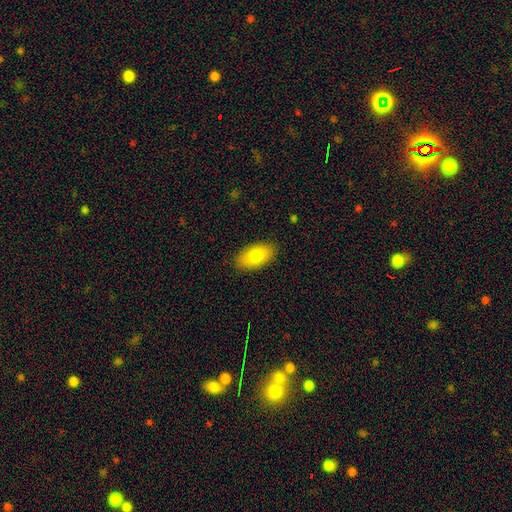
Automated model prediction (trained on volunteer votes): Morphology: type=smooth (82%); roundness=in between (94%); merging=none (88%).